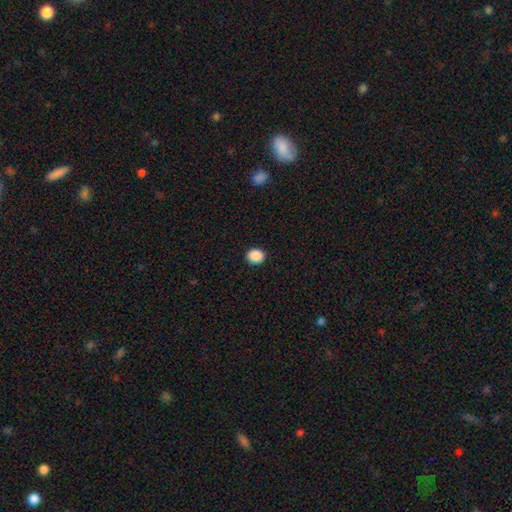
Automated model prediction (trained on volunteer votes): Smooth or featured? smooth (89%)
How rounded? round (75%)
Merging? none (92%)